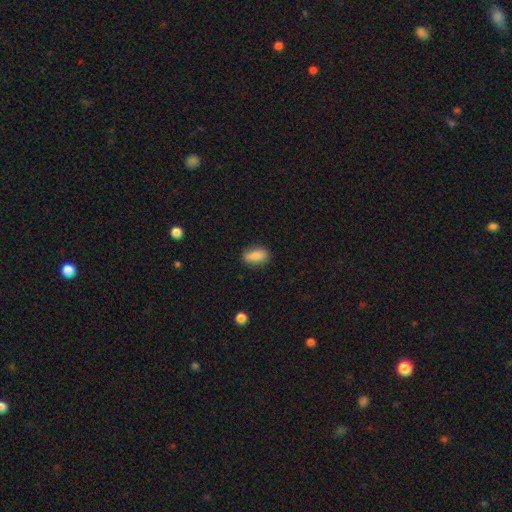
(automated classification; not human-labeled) smooth_or_featured: smooth (p=0.85) [alt: star or artifact p=0.08]
how_rounded: in between (p=0.83) [alt: cigar-shaped p=0.12]
merging: none (p=0.82) [alt: minor disturbance p=0.14]